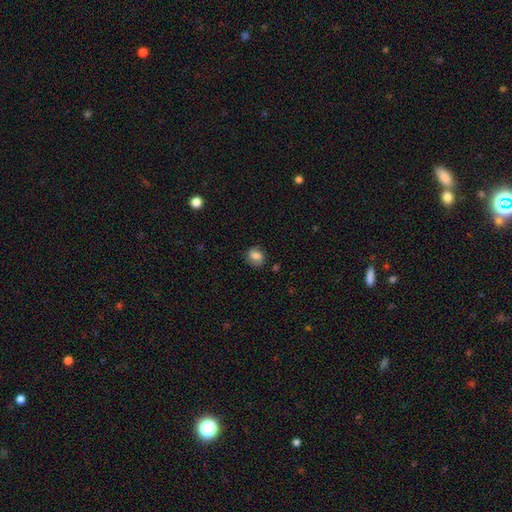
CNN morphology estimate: This is likely a smooth galaxy (66%). How rounded: likely round (63%). Merging: likely none (74%).